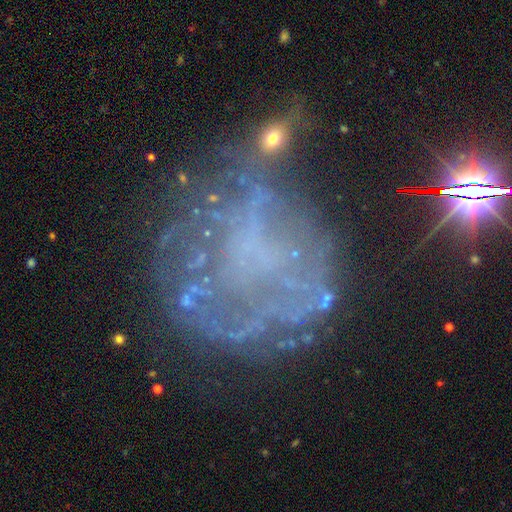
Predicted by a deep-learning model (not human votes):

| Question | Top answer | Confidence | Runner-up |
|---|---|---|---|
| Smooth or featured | featured or disk | 58% | star or artifact (22%) |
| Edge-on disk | no | 97% | yes (3%) |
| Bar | no | 87% | weak (10%) |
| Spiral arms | no | 74% | yes (26%) |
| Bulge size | none | 80% | small (9%) |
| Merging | none | 49% | major disturbance (26%) |